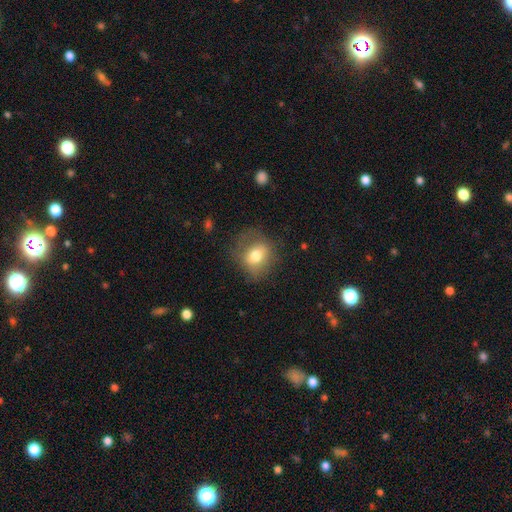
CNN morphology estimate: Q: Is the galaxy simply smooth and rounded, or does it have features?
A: smooth — 68%.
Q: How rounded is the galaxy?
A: round — 60%.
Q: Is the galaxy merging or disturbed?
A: none — 62%.